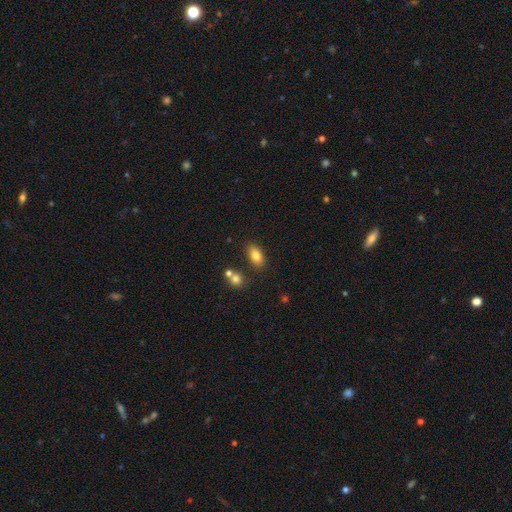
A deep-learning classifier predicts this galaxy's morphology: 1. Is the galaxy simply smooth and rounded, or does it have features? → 81% smooth, 10% featured or disk, 9% star or artifact.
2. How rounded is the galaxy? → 88% in between, 8% round, 3% cigar-shaped.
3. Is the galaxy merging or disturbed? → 78% none, 12% minor disturbance, 8% merger, 3% major disturbance.